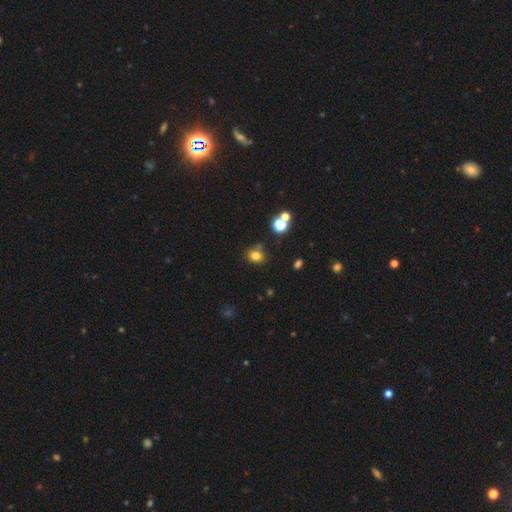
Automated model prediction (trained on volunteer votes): A smooth galaxy with no disk features (77%) that is round (66%).

Vote fractions:
- Smooth or featured? smooth: 77% / star or artifact: 16% / featured or disk: 7%
- How rounded? round: 66% / in between: 33% / cigar-shaped: 1%
- Merging? none: 70% / minor disturbance: 16% / merger: 9% / major disturbance: 5%